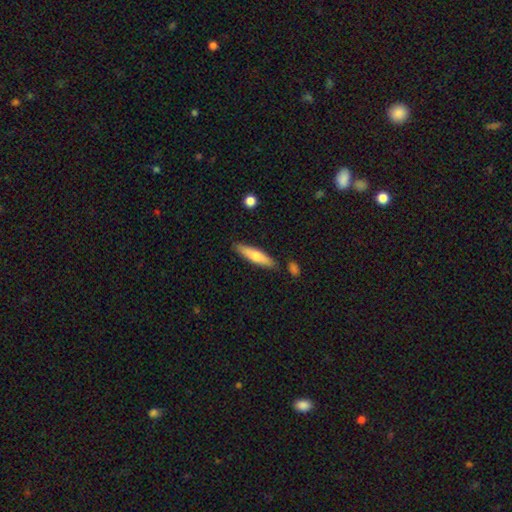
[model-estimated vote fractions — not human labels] Q: Smooth or featured?
A: smooth (62%); runner-up: featured or disk (32%)
Q: How rounded?
A: cigar-shaped (80%); runner-up: in between (19%)
Q: Merging?
A: none (84%); runner-up: minor disturbance (10%)